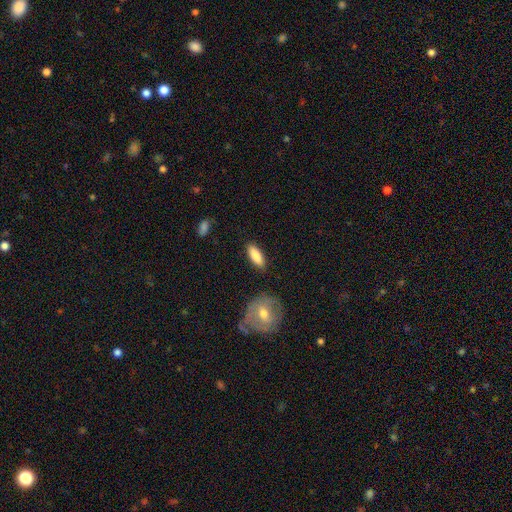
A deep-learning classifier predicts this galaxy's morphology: Smooth or featured: smooth — 86% (featured or disk — 8%)
How rounded: in between — 66% (cigar-shaped — 32%)
Merging: none — 87% (minor disturbance — 9%)